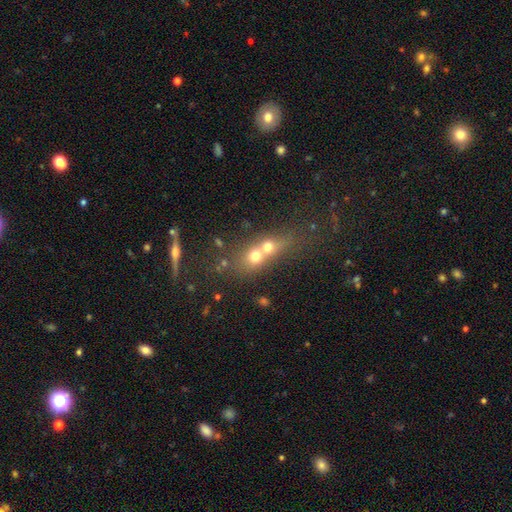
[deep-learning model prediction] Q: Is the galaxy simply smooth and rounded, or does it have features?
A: smooth — 62%.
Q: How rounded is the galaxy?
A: round — 60%.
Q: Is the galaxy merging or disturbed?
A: merger — 70%.